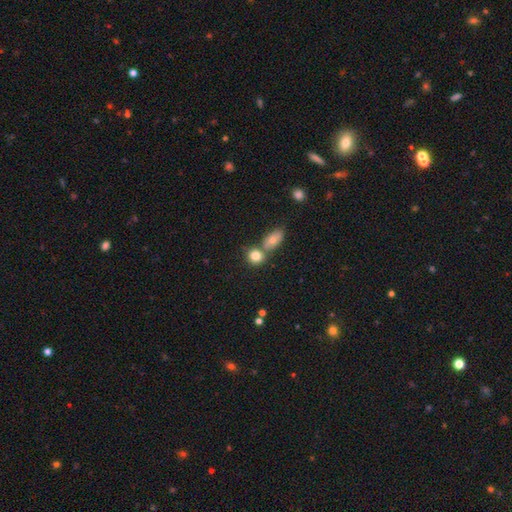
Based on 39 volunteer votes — Smooth or featured? smooth (87%)
How rounded? round (65%)
Merging? none (50%)